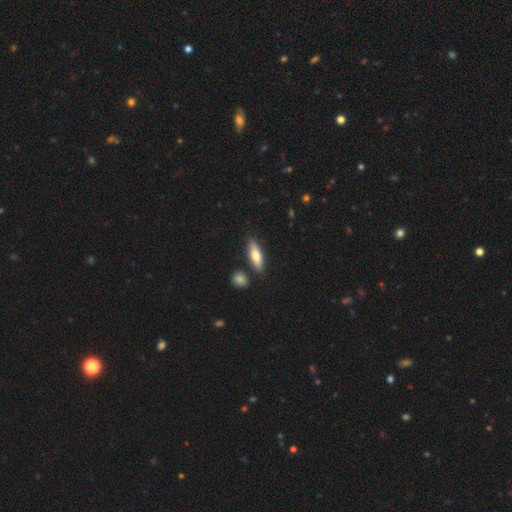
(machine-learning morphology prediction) Smooth or featured: smooth — 68% (featured or disk — 26%)
How rounded: cigar-shaped — 51% (in between — 47%)
Merging: none — 83% (minor disturbance — 10%)